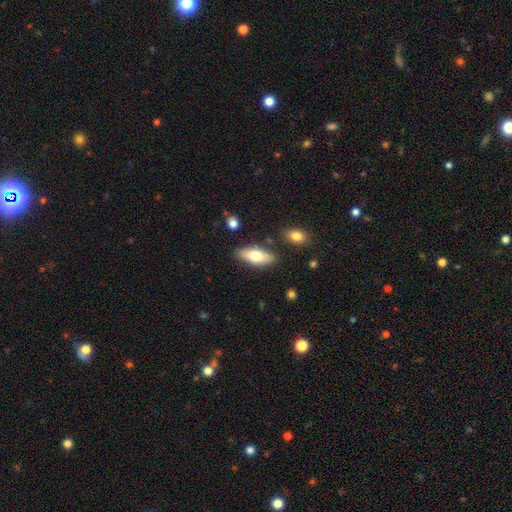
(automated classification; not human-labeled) smooth_or_featured: smooth (p=0.69) [alt: featured or disk p=0.25]
how_rounded: in between (p=0.73) [alt: cigar-shaped p=0.25]
merging: none (p=0.82) [alt: minor disturbance p=0.12]